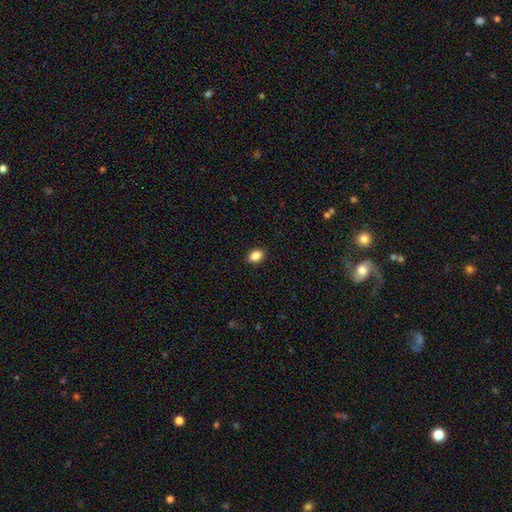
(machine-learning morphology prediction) Smooth or featured? smooth (87%)
How rounded? in between (78%)
Merging? none (90%)